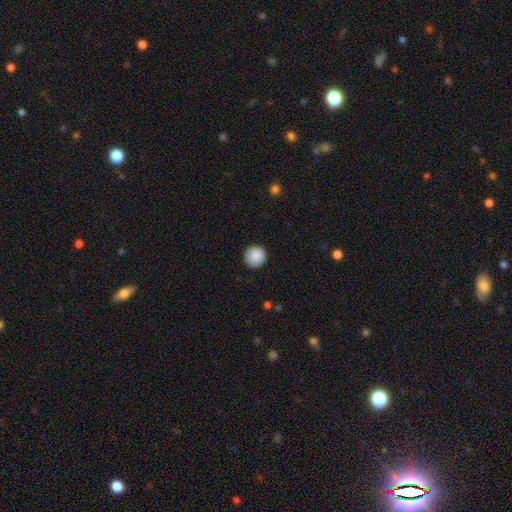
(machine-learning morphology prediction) Smooth or featured?
  - smooth: 89% *
  - star or artifact: 8%
  - featured or disk: 3%
How rounded?
  - round: 94% *
  - in between: 5%
  - cigar-shaped: 1%
Merging?
  - none: 91% *
  - minor disturbance: 6%
  - major disturbance: 2%
  - merger: 1%